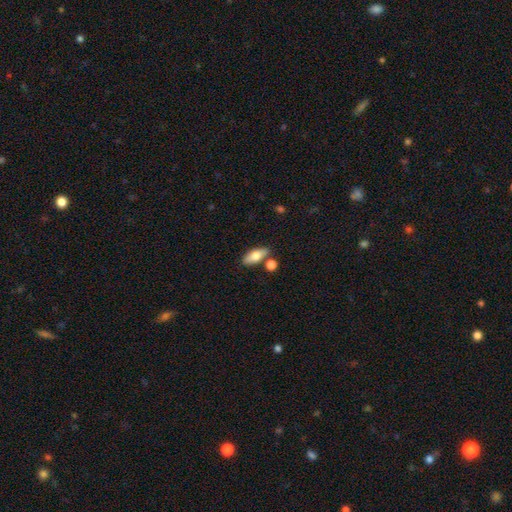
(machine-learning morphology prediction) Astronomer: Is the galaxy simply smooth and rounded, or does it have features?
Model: smooth — 71%.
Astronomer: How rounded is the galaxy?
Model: in between — 75%.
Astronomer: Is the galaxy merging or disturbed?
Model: none — 73%.